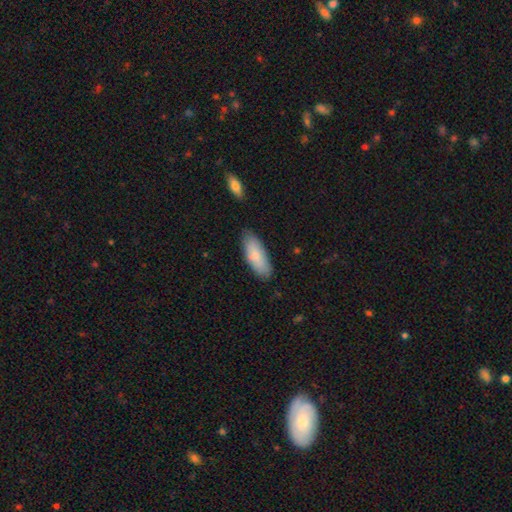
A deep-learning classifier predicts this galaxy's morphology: Smooth or featured?
  - smooth: 83% *
  - featured or disk: 12%
  - star or artifact: 5%
How rounded?
  - in between: 75% *
  - cigar-shaped: 23%
  - round: 2%
Merging?
  - none: 81% *
  - minor disturbance: 14%
  - major disturbance: 3%
  - merger: 2%